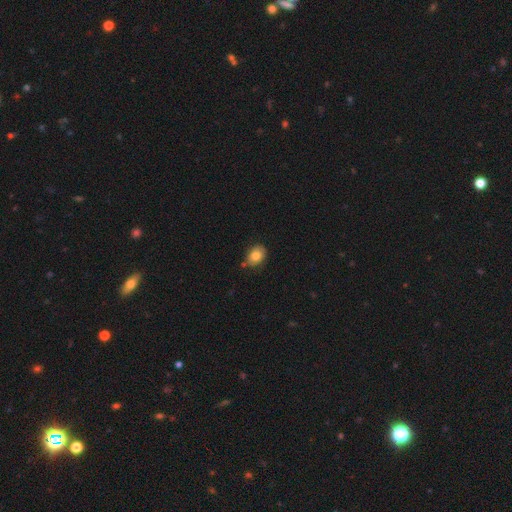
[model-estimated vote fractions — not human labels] Q: Smooth or featured?
A: smooth (77%); runner-up: featured or disk (15%)
Q: How rounded?
A: in between (64%); runner-up: round (35%)
Q: Merging?
A: none (69%); runner-up: minor disturbance (23%)